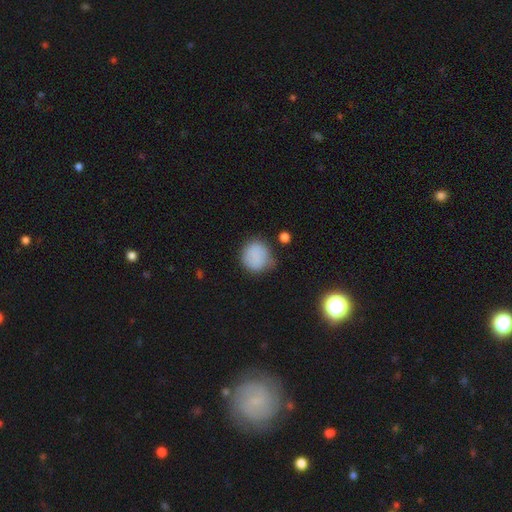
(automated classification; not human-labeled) Smooth or featured: smooth — 84% (star or artifact — 8%)
How rounded: round — 85% (in between — 14%)
Merging: none — 64% (minor disturbance — 26%)